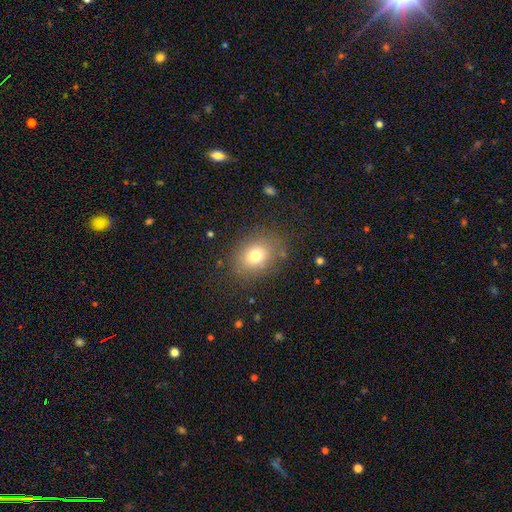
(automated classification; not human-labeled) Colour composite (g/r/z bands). It shows a smooth galaxy with no disk features (75%) that is in between round and cigar-shaped (55%). Merging: none (80%).